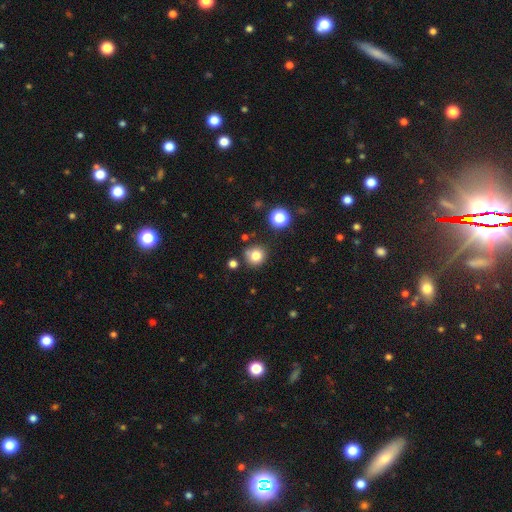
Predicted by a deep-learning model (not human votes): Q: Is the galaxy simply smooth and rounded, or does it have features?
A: smooth — 80%.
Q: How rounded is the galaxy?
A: round — 91%.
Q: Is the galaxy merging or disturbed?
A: none — 79%.